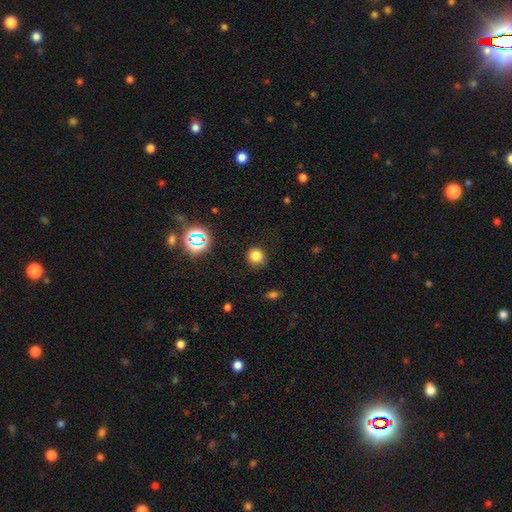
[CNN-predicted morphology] smooth_or_featured: smooth (p=0.78) [alt: star or artifact p=0.17]
how_rounded: round (p=0.89) [alt: in between p=0.10]
merging: none (p=0.81) [alt: minor disturbance p=0.14]